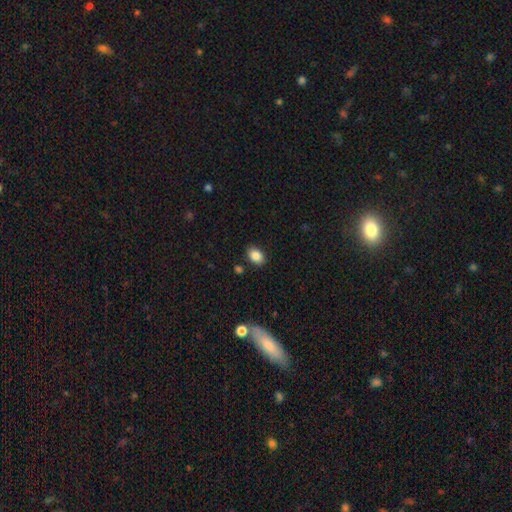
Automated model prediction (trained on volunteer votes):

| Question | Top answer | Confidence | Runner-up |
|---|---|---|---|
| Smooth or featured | smooth | 86% | star or artifact (8%) |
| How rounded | in between | 80% | round (19%) |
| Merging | none | 86% | minor disturbance (9%) |